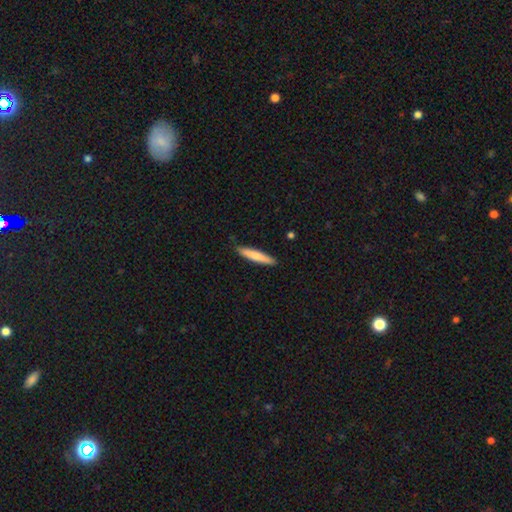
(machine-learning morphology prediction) A smooth galaxy with no disk features (74%) that is cigar-shaped (91%). Merging: none (88%).